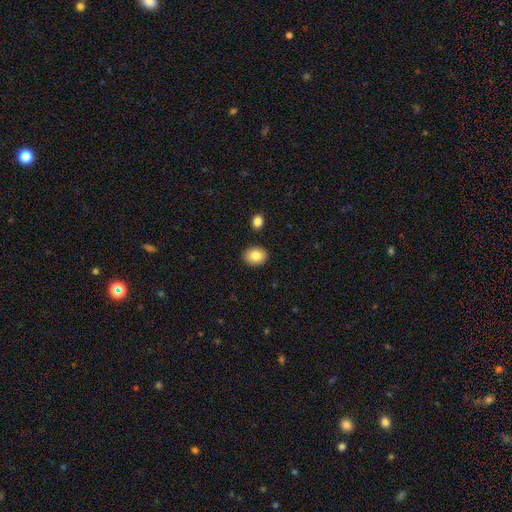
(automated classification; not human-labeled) smooth_or_featured: smooth (p=0.85) [alt: star or artifact p=0.08]
how_rounded: in between (p=0.54) [alt: round p=0.45]
merging: none (p=0.88) [alt: minor disturbance p=0.08]